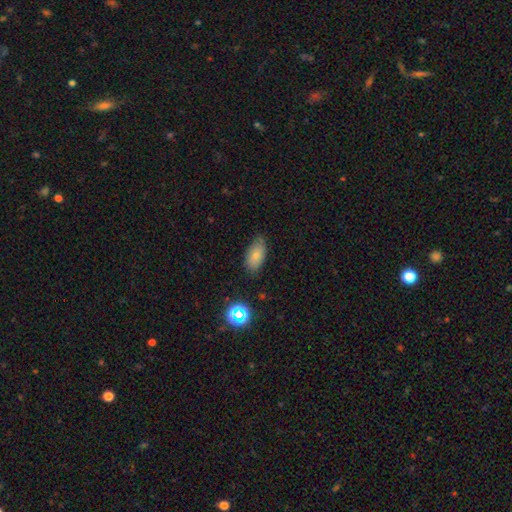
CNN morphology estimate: Smooth or featured: smooth — 77% (featured or disk — 12%)
How rounded: in between — 91% (round — 5%)
Merging: none — 68% (minor disturbance — 25%)